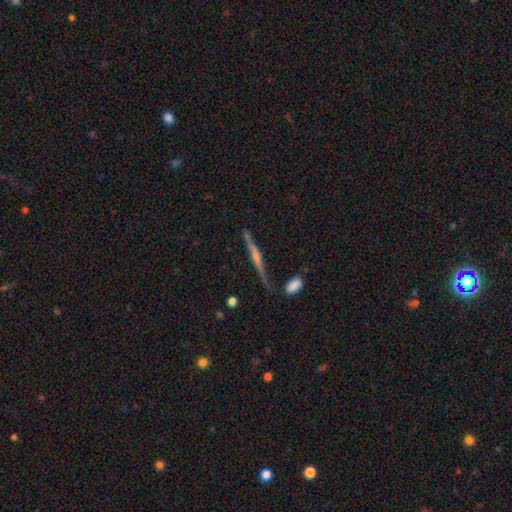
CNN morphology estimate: Smooth or featured? Predicted: featured or disk (p=0.72). Edge-on disk? Predicted: yes (p=0.95). Edge-on bulge? Predicted: rounded (p=0.68). Merging? Predicted: none (p=0.81).